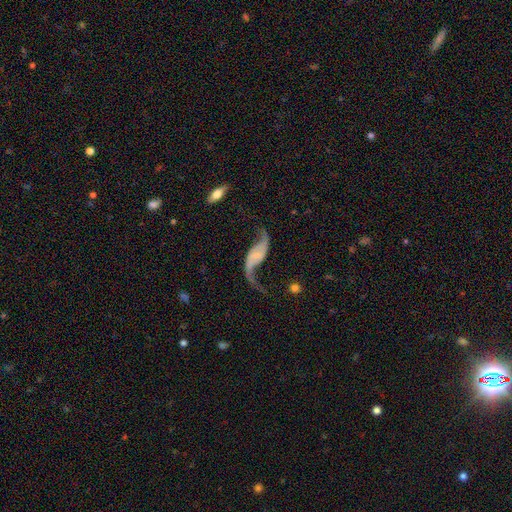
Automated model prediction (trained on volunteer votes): The model was most divided on "bar": no: 47%, weak: 35%, strong: 18%. Remaining: spiral arms — yes (95%); edge-on disk — no (94%); spiral winding — loose (94%); spiral arm count — 2 (92%); smooth or featured — featured or disk (88%); merging — none (60%); bulge size — none (49%).